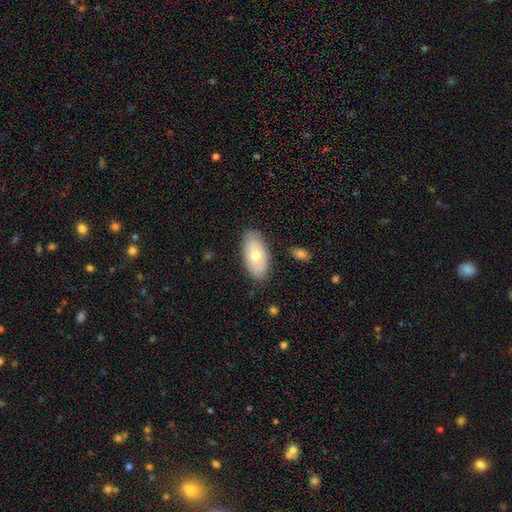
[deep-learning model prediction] This is likely a smooth galaxy (64%). How rounded: clearly in between (94%). Merging: clearly none (83%).